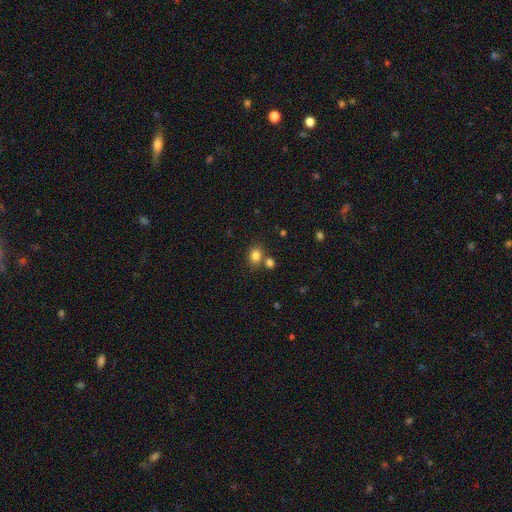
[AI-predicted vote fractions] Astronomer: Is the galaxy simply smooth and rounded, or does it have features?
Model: smooth — 82%.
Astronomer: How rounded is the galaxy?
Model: round — 51% (runner-up: in between, 48%).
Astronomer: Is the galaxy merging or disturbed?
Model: none — 64%.